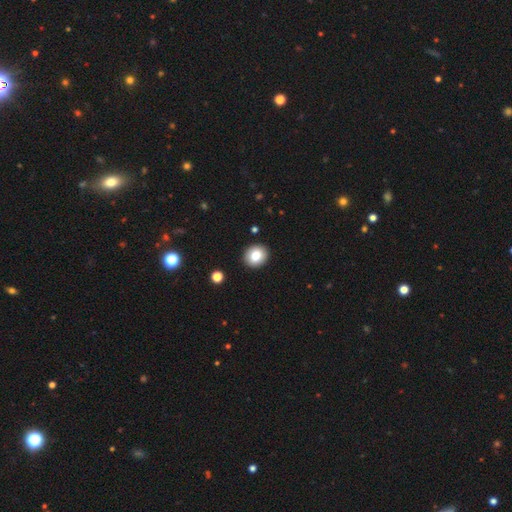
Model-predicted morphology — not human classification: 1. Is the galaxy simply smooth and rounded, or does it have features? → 80% smooth, 10% featured or disk, 9% star or artifact.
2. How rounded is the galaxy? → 84% round, 15% in between, 1% cigar-shaped.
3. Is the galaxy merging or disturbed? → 92% none, 5% minor disturbance, 2% major disturbance, 1% merger.